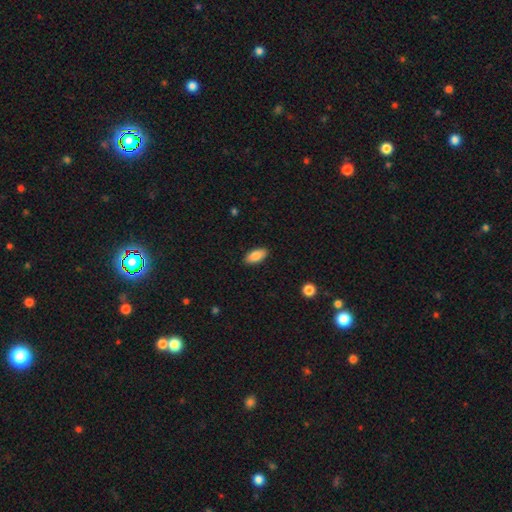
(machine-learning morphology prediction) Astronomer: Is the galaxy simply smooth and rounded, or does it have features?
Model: smooth — 87%.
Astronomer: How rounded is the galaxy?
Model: in between — 90%.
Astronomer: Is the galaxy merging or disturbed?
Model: none — 89%.